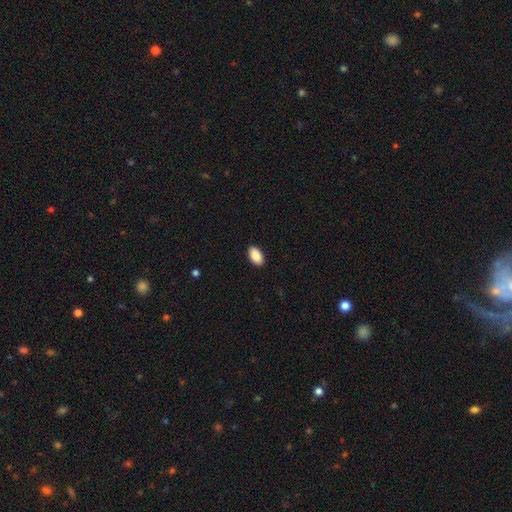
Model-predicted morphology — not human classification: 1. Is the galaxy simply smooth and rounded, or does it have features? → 90% smooth, 7% star or artifact, 4% featured or disk.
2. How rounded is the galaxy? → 95% in between, 4% round, 2% cigar-shaped.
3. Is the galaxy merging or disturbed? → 90% none, 7% minor disturbance, 2% major disturbance, 1% merger.